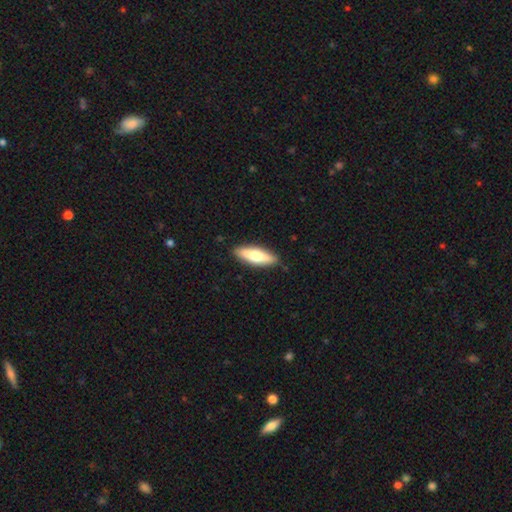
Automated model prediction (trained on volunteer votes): This appears to be a smooth galaxy with no disk features (63%) that is cigar-shaped (54%). Merging: none (88%).